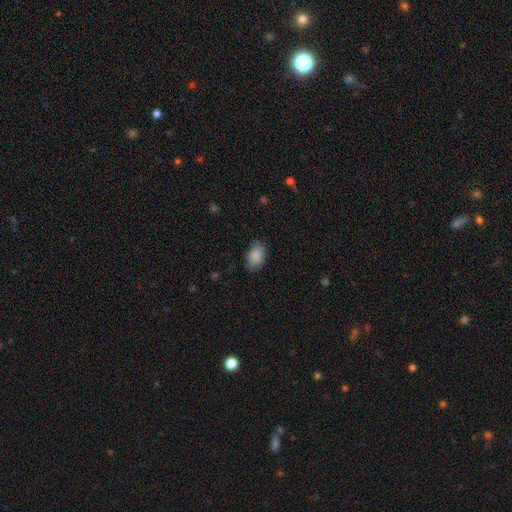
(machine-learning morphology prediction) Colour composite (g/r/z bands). It shows a smooth galaxy with no disk features (88%) that is in between round and cigar-shaped (86%). Merging: none (77%).